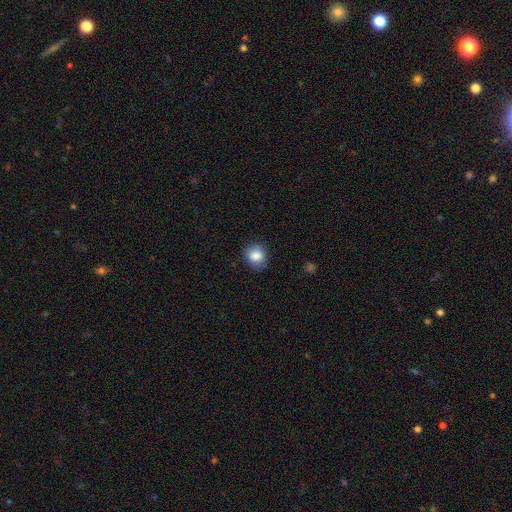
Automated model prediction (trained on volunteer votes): Smooth or featured: smooth — 85% (star or artifact — 9%)
How rounded: round — 74% (in between — 25%)
Merging: none — 81% (minor disturbance — 15%)